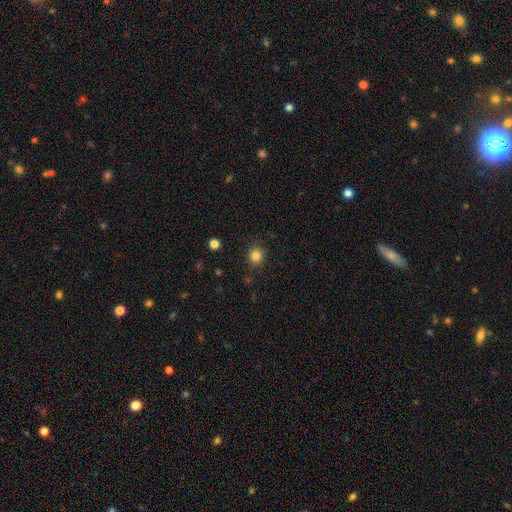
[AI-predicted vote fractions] Smooth or featured?
  - smooth: 83% *
  - star or artifact: 12%
  - featured or disk: 5%
How rounded?
  - round: 84% *
  - in between: 15%
  - cigar-shaped: 1%
Merging?
  - none: 89% *
  - minor disturbance: 7%
  - major disturbance: 2%
  - merger: 1%